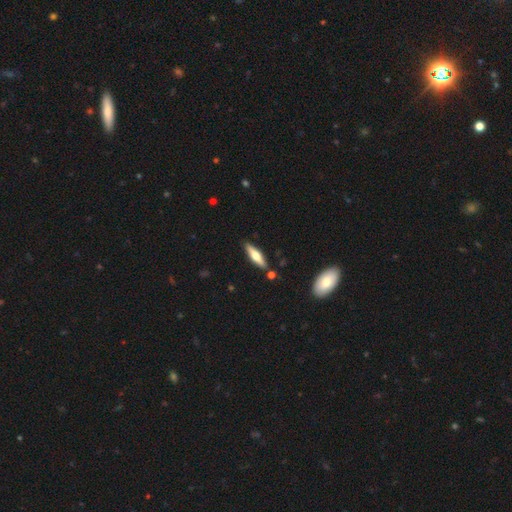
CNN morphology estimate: The model was most divided on "smooth or featured": featured or disk: 48%, smooth: 47%, star or artifact: 5%. More confident: merging — none (85%).